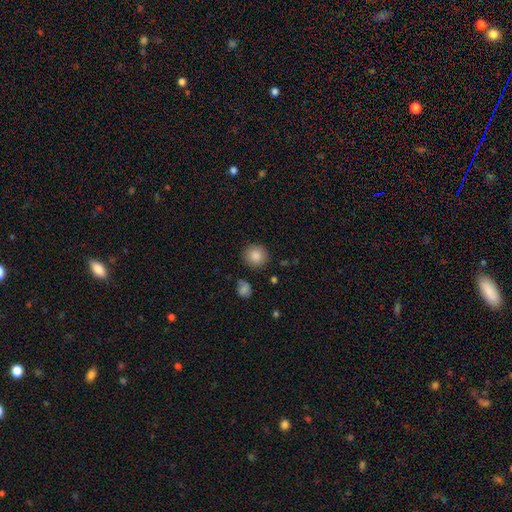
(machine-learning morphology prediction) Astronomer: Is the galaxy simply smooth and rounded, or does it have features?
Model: smooth — 86%.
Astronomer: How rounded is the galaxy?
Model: round — 89%.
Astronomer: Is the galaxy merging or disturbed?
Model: none — 87%.